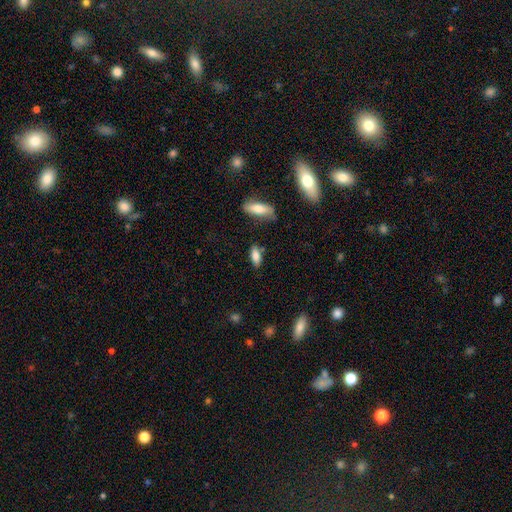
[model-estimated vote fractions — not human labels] smooth_or_featured: smooth (p=0.82) [alt: featured or disk p=0.11]
how_rounded: in between (p=0.76) [alt: cigar-shaped p=0.22]
merging: none (p=0.76) [alt: minor disturbance p=0.16]